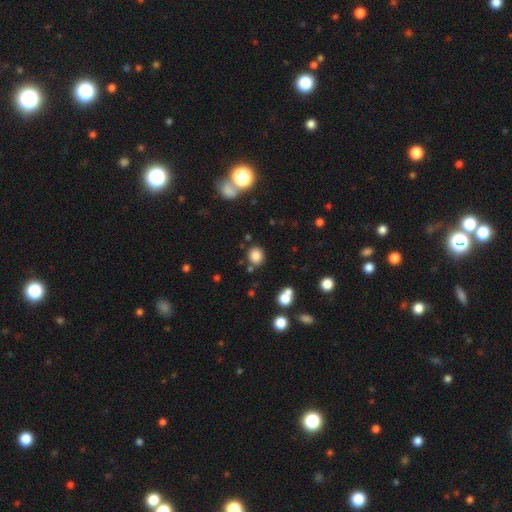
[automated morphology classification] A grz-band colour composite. It shows a smooth galaxy with no disk features (83%) that is round (78%). Merging: none (81%).